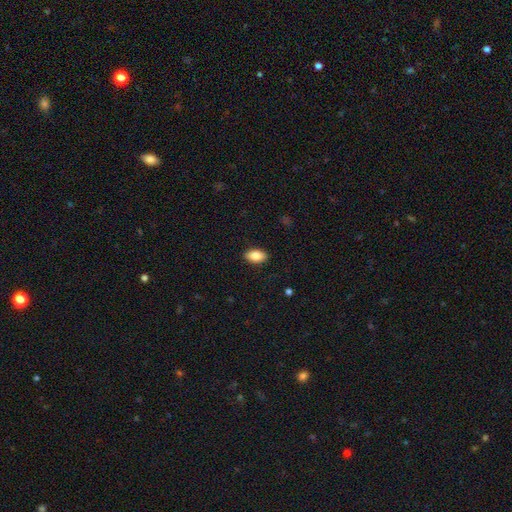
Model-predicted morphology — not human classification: Smooth or featured?
  - smooth: 85% *
  - featured or disk: 8%
  - star or artifact: 7%
How rounded?
  - in between: 92% *
  - round: 5%
  - cigar-shaped: 3%
Merging?
  - none: 89% *
  - minor disturbance: 8%
  - major disturbance: 2%
  - merger: 1%